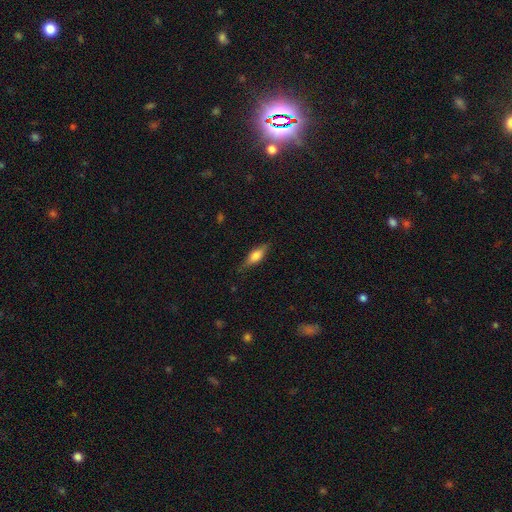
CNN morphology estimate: Smooth or featured: smooth — 62% (featured or disk — 31%)
How rounded: in between — 59% (cigar-shaped — 38%)
Merging: none — 79% (minor disturbance — 16%)